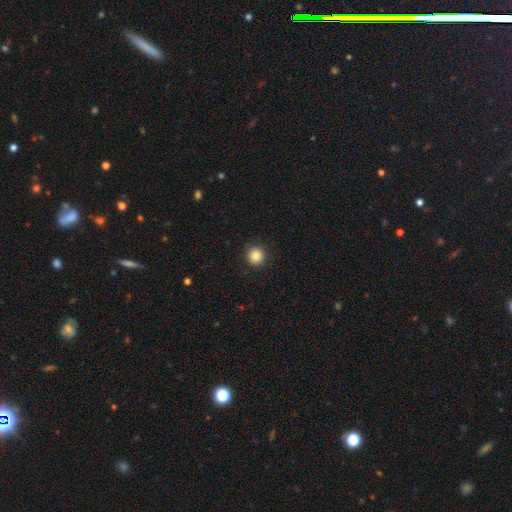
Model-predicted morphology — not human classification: smooth-or-featured: smooth: 85% | star or artifact: 10% | featured or disk: 5%
  how-rounded: round: 94% | in between: 5% | cigar-shaped: 1%
  merging: none: 91% | minor disturbance: 6% | major disturbance: 2% | merger: 1%